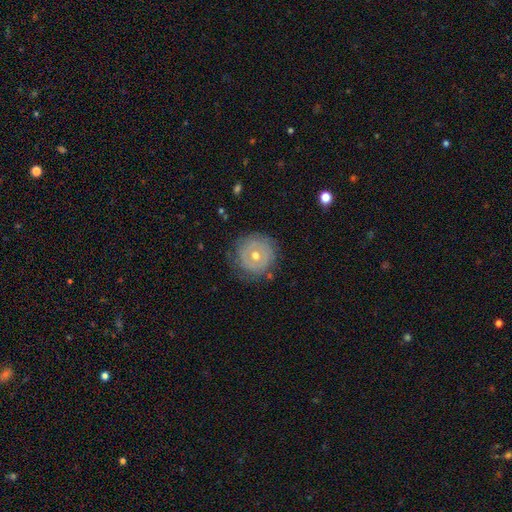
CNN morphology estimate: type=featured or disk (62%); edge-on=no (96%); bar=no (79%); spiral arms=yes (50%, tied with no); bulge=moderate (66%); merging=none (77%).